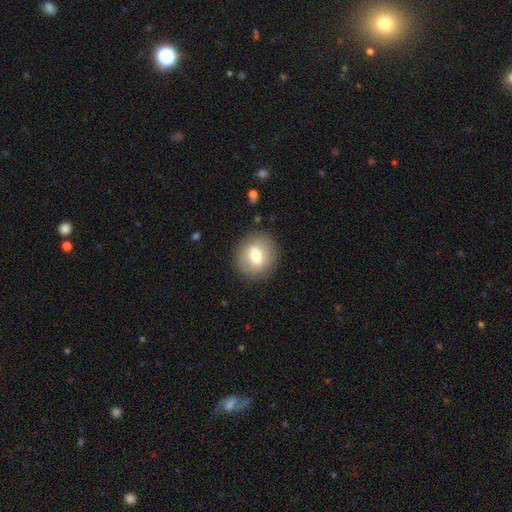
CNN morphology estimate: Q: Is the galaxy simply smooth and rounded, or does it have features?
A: smooth — 68%.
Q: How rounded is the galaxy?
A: round — 79%.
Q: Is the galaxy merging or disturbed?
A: none — 86%.